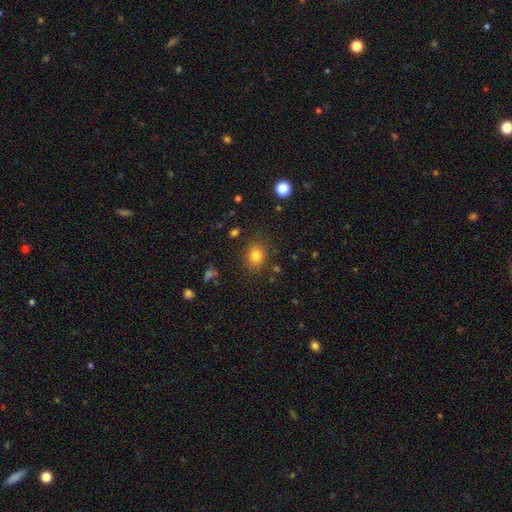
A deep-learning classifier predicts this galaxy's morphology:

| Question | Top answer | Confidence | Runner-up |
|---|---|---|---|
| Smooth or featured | smooth | 81% | star or artifact (12%) |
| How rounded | round | 61% | in between (38%) |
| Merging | none | 84% | minor disturbance (10%) |